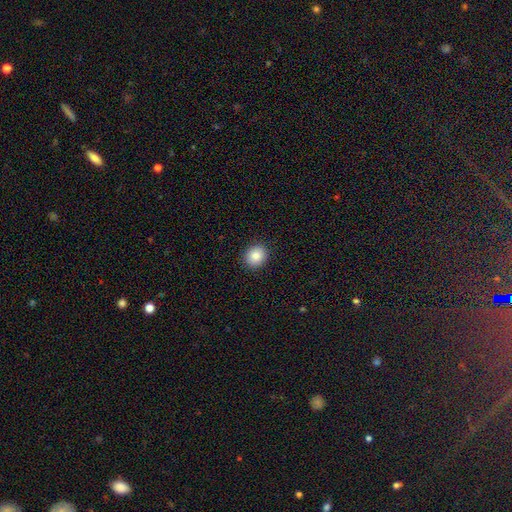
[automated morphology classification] smooth_or_featured: smooth (p=0.85) [alt: star or artifact p=0.09]
how_rounded: round (p=0.79) [alt: in between p=0.21]
merging: none (p=0.91) [alt: minor disturbance p=0.06]